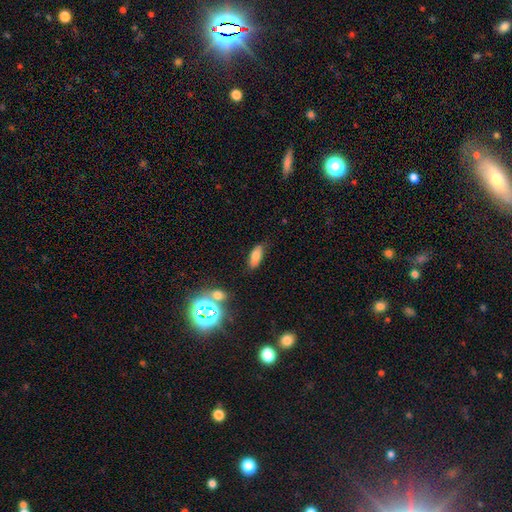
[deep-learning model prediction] Q: Smooth or featured?
A: smooth (73%); runner-up: featured or disk (14%)
Q: How rounded?
A: in between (80%); runner-up: cigar-shaped (17%)
Q: Merging?
A: none (76%); runner-up: minor disturbance (16%)